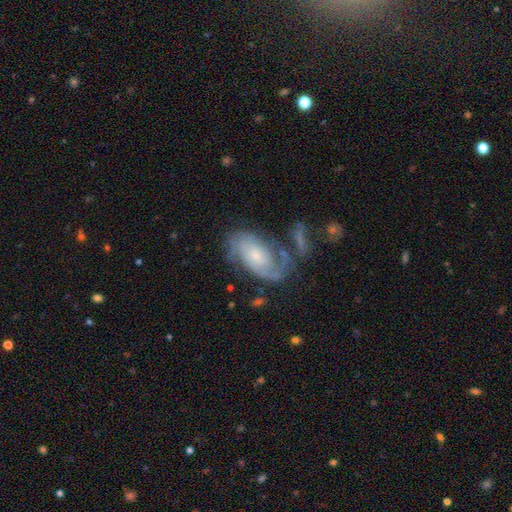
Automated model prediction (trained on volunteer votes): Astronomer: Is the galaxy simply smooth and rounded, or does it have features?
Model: featured or disk — 79%.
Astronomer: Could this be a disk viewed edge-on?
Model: no — 96%.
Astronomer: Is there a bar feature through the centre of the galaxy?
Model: no — 67%.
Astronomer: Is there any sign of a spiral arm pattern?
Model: yes — 93%.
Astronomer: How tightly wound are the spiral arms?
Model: tight — 43% (runner-up: medium, 39%).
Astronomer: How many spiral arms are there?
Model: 2 — 61%.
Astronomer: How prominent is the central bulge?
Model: small — 61%.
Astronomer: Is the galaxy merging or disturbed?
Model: none — 51%.